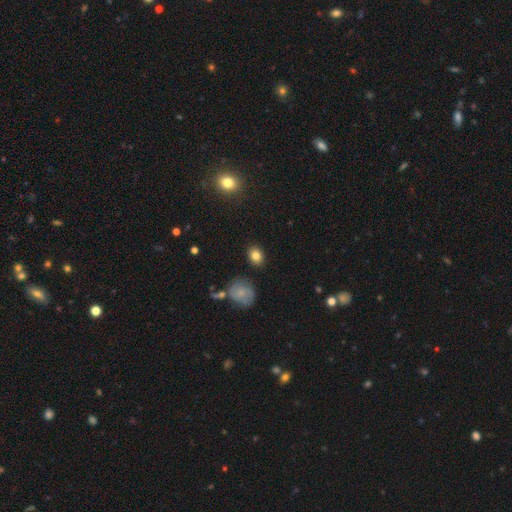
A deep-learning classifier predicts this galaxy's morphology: smooth-or-featured: smooth: 82% | star or artifact: 10% | featured or disk: 8%
  how-rounded: in between: 54% | round: 45% | cigar-shaped: 1%
  merging: none: 86% | minor disturbance: 9% | major disturbance: 3% | merger: 2%